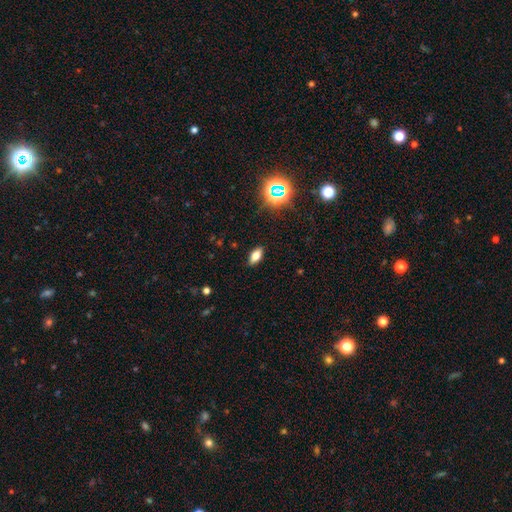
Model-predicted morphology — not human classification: smooth-or-featured: smooth: 69% | featured or disk: 17% | star or artifact: 14%
  how-rounded: in between: 83% | cigar-shaped: 12% | round: 5%
  merging: none: 88% | minor disturbance: 9% | major disturbance: 2% | merger: 1%